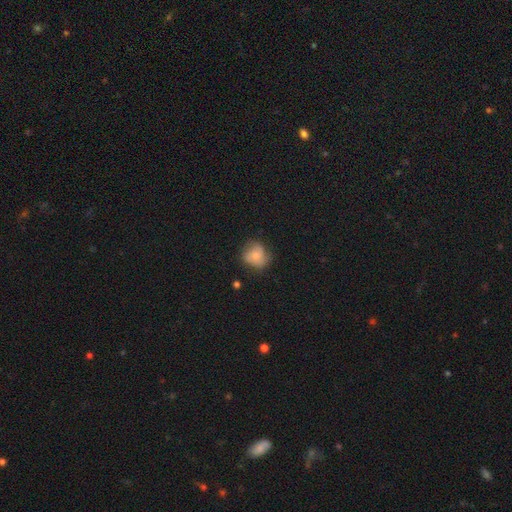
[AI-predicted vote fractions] The model was most divided on "merging": none: 60%, minor disturbance: 28%, major disturbance: 10%, merger: 2%. More confident: how rounded — round (74%); smooth or featured — smooth (68%).